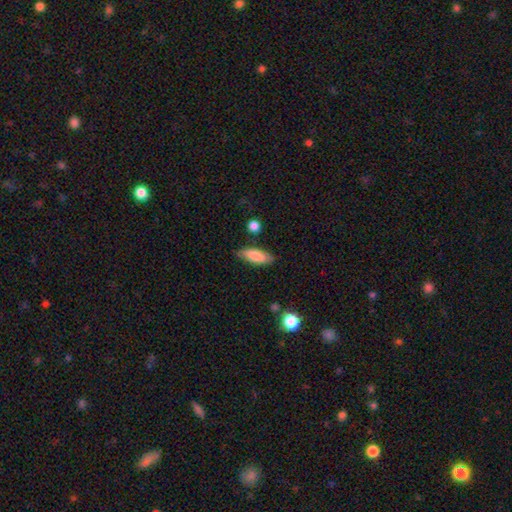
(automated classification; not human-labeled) Morphology: type=smooth (82%); roundness=in between (66%); merging=none (79%).